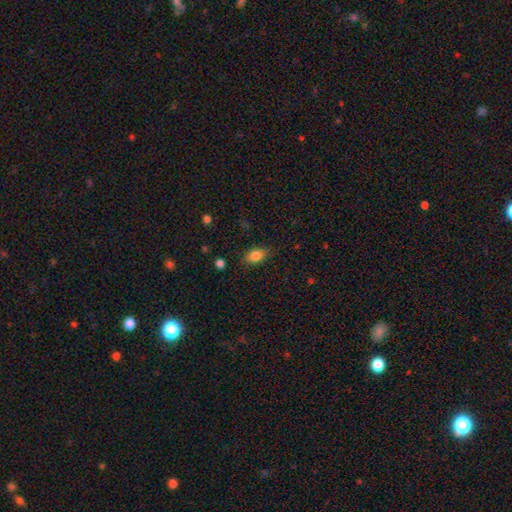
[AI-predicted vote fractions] Smooth or featured? smooth (83%)
How rounded? in between (82%)
Merging? none (81%)